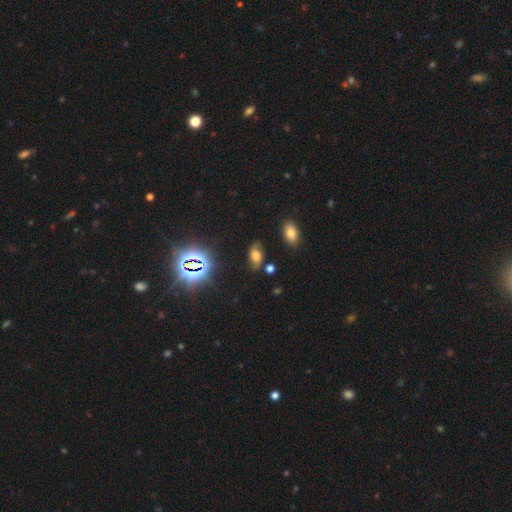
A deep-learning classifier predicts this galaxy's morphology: smooth 45%, featured or disk 30%, star or artifact 24%. Down the decision tree: merging — none (73%).